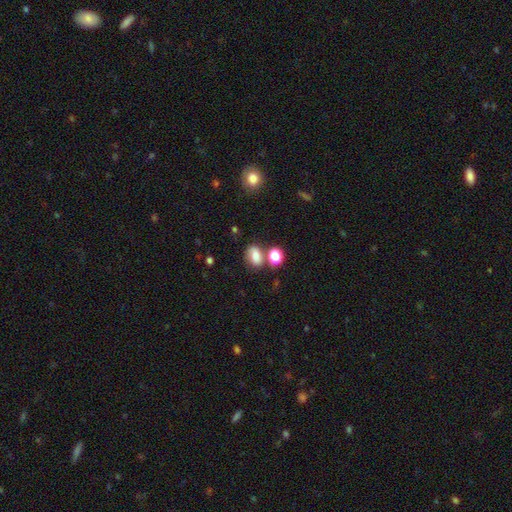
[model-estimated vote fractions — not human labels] Morphology: type=smooth (72%); roundness=in between (74%); merging=none (55%).